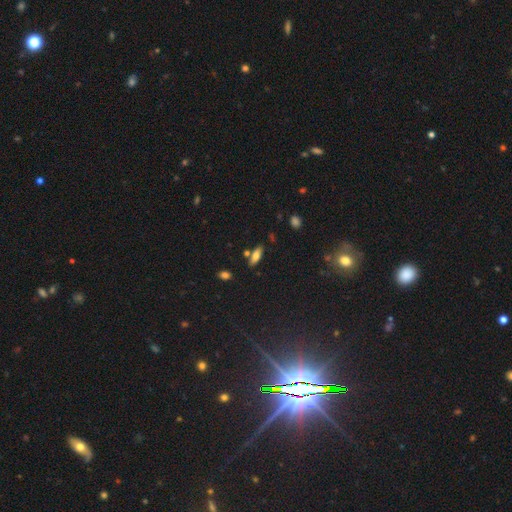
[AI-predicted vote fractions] Smooth or featured: smooth — 68% (featured or disk — 22%)
How rounded: in between — 62% (cigar-shaped — 35%)
Merging: none — 74% (minor disturbance — 13%)